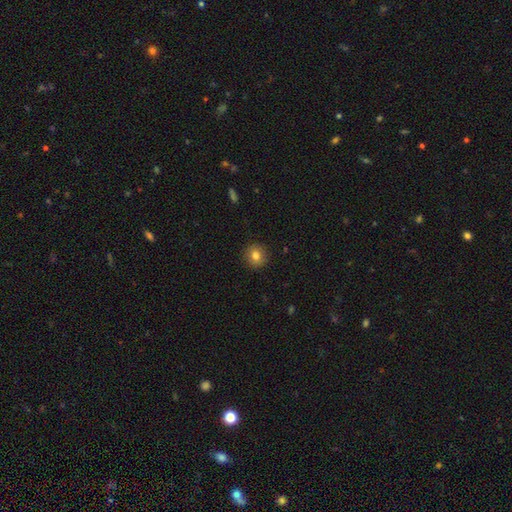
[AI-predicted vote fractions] Morphology: type=smooth (81%); roundness=round (90%); merging=none (91%).